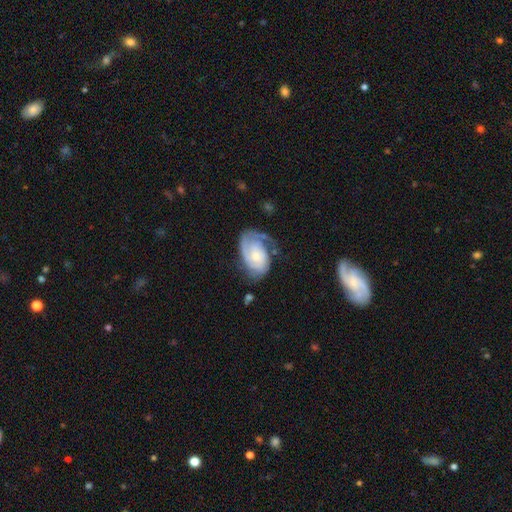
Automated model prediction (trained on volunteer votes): Smooth or featured: featured or disk — 77% (smooth — 18%)
Edge-on disk: no — 97% (yes — 3%)
Bar: no — 68% (weak — 27%)
Spiral arms: yes — 93% (no — 7%)
Spiral winding: tight — 51% (medium — 35%)
Spiral arm count: 2 — 45% (1 — 23%)
Bulge size: small — 57% (moderate — 32%)
Merging: none — 50% (minor disturbance — 27%)